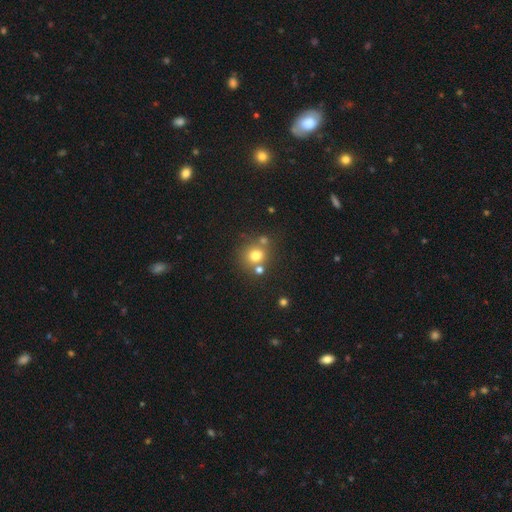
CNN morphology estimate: smooth 74%, star or artifact 15%, featured or disk 11%. Down the decision tree: how rounded — round (84%); merging — none (64%).